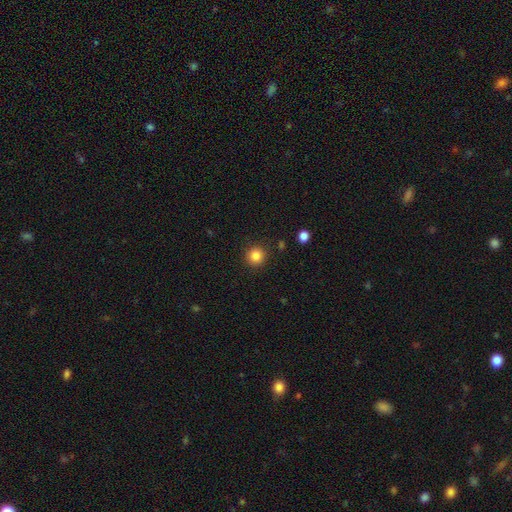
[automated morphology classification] smooth_or_featured: smooth (p=0.85) [alt: star or artifact p=0.11]
how_rounded: round (p=0.94) [alt: in between p=0.05]
merging: none (p=0.90) [alt: minor disturbance p=0.06]